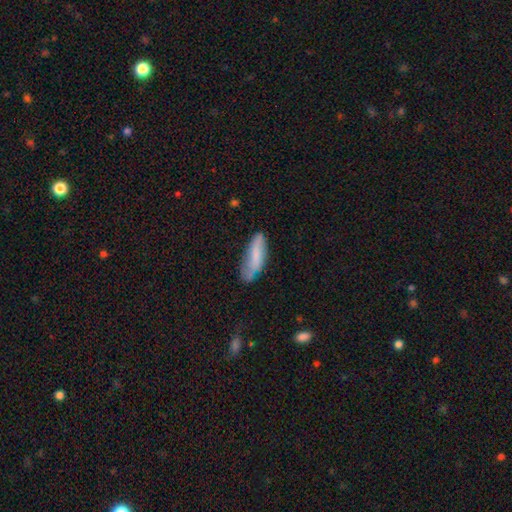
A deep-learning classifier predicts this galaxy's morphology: Smooth or featured? Predicted: smooth (p=0.70). How rounded? Predicted: in between (p=0.54). Merging? Predicted: none (p=0.57).